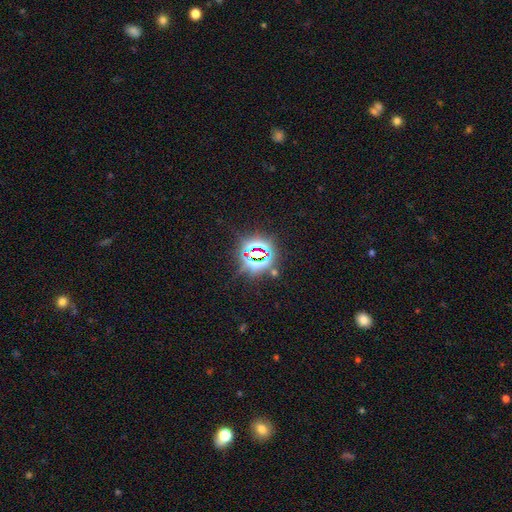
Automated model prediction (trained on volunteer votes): Smooth or featured? star or artifact (77%)